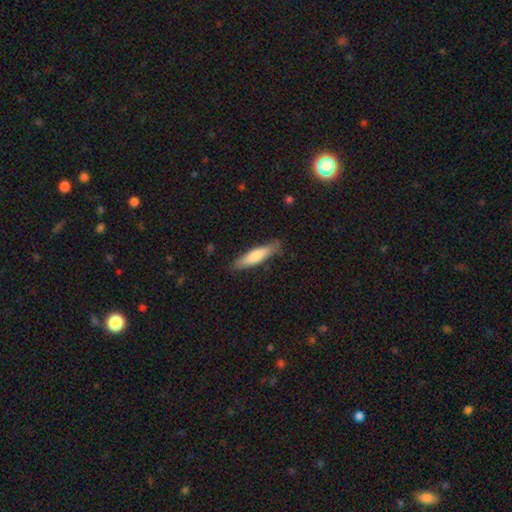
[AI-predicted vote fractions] Smooth or featured: smooth — 75% (featured or disk — 20%)
How rounded: cigar-shaped — 76% (in between — 23%)
Merging: none — 81% (minor disturbance — 15%)